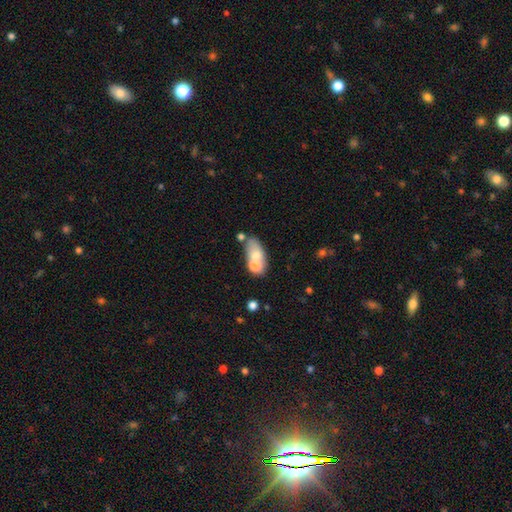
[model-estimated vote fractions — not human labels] A smooth galaxy with no disk features (64%) that is in between round and cigar-shaped (81%). Merging: merger (43%).